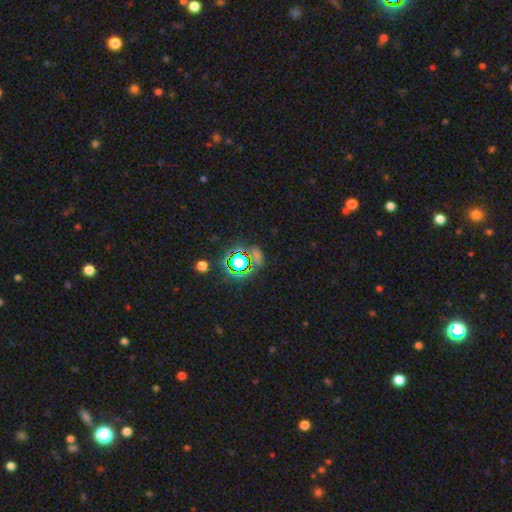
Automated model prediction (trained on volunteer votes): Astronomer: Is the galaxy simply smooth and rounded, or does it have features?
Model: star or artifact — 69%.